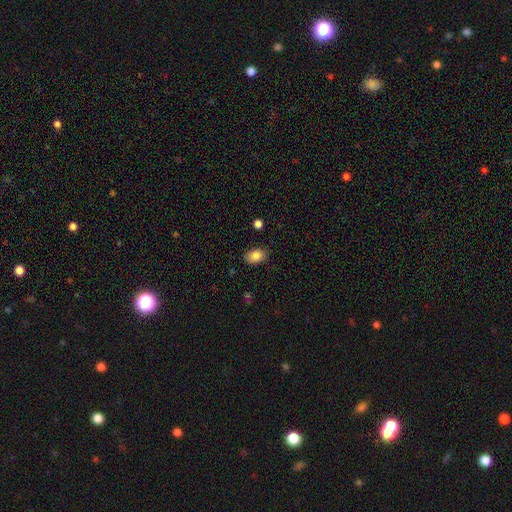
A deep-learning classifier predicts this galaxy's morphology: smooth_or_featured: smooth (p=0.84) [alt: star or artifact p=0.08]
how_rounded: in between (p=0.86) [alt: round p=0.13]
merging: none (p=0.86) [alt: minor disturbance p=0.11]